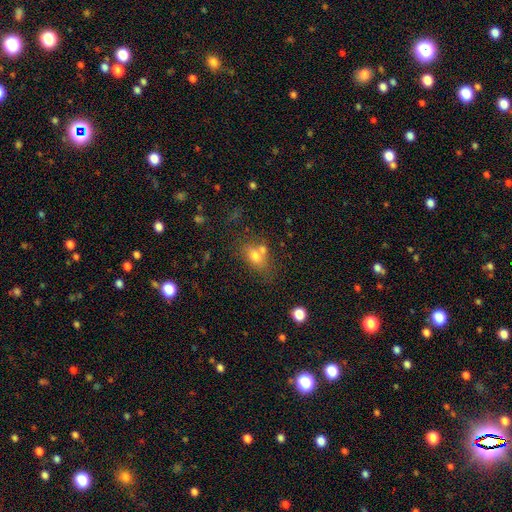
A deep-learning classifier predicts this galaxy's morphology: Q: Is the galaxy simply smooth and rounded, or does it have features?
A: smooth — 71%.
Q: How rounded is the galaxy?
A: in between — 71%.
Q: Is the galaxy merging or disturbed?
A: none — 45%.